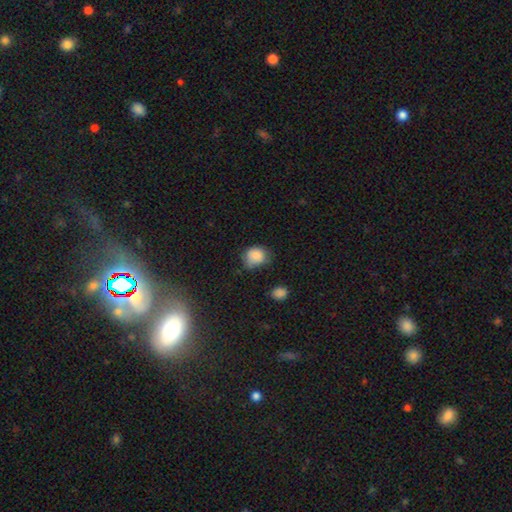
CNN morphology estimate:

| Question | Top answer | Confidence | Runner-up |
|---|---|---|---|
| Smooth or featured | smooth | 85% | star or artifact (9%) |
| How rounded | round | 65% | in between (34%) |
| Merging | none | 51% | minor disturbance (36%) |